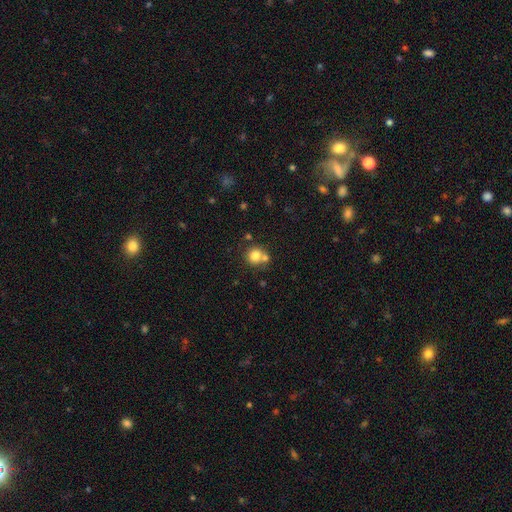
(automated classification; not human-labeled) smooth-or-featured: smooth: 78% | star or artifact: 11% | featured or disk: 11%
  how-rounded: round: 89% | in between: 10% | cigar-shaped: 1%
  merging: none: 53% | merger: 35% | minor disturbance: 9% | major disturbance: 3%